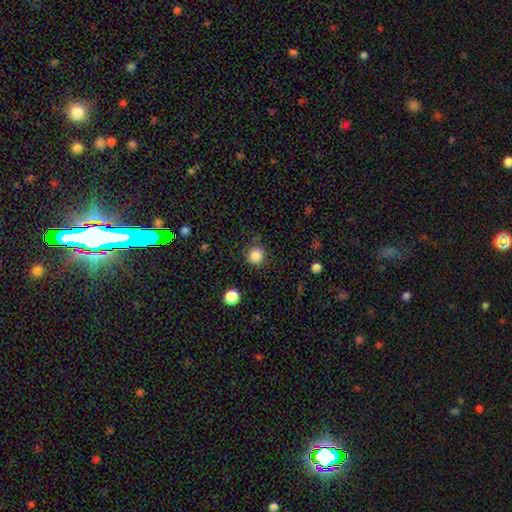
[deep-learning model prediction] The model was most divided on "merging": none: 83%, minor disturbance: 11%, major disturbance: 3%, merger: 3%. More confident: how rounded — round (90%); smooth or featured — smooth (85%).